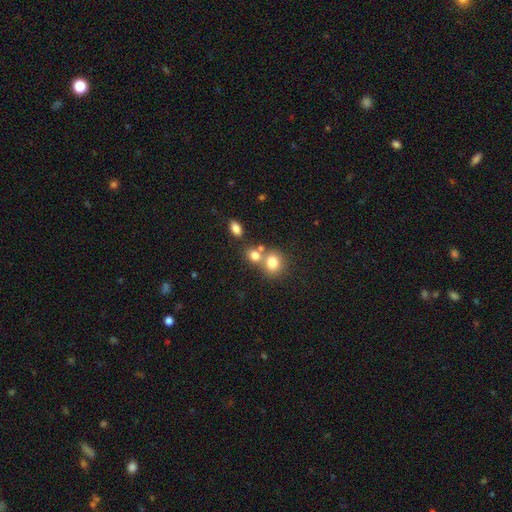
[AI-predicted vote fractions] A smooth galaxy with no disk features (76%) that is round (69%).

Vote fractions:
- Smooth or featured? smooth: 76% / star or artifact: 13% / featured or disk: 10%
- How rounded? round: 69% / in between: 30% / cigar-shaped: 1%
- Merging? none: 45% / merger: 43% / minor disturbance: 8% / major disturbance: 4%